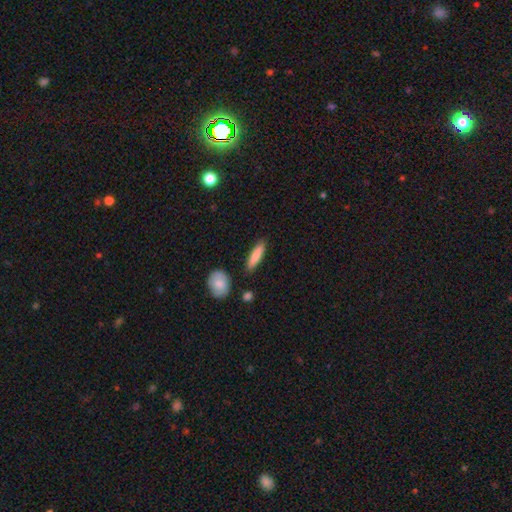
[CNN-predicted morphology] type=smooth (82%); roundness=cigar-shaped (73%); merging=none (86%).